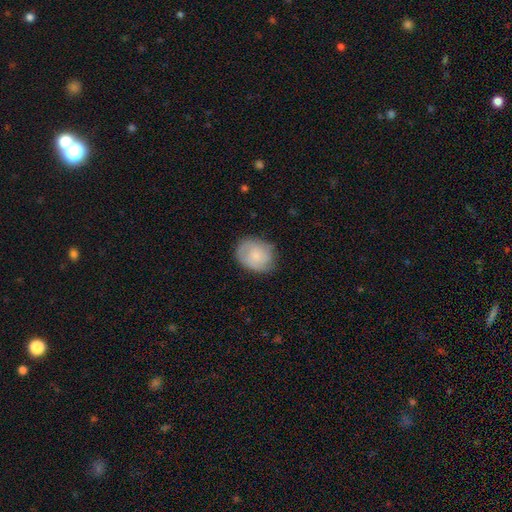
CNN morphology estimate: smooth_or_featured: smooth (p=0.63) [alt: featured or disk p=0.30]
how_rounded: round (p=0.52) [alt: in between p=0.47]
merging: none (p=0.71) [alt: minor disturbance p=0.23]